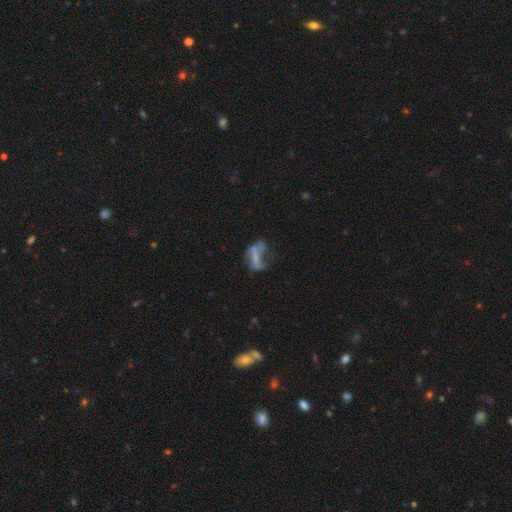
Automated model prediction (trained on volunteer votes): A featured or disk galaxy (51%).

Vote fractions:
- Smooth or featured? featured or disk: 51% / smooth: 35% / star or artifact: 14%
- Edge-on disk? no: 94% / yes: 6%
- Merging? major disturbance: 41% / none: 26% / minor disturbance: 17% / merger: 16%